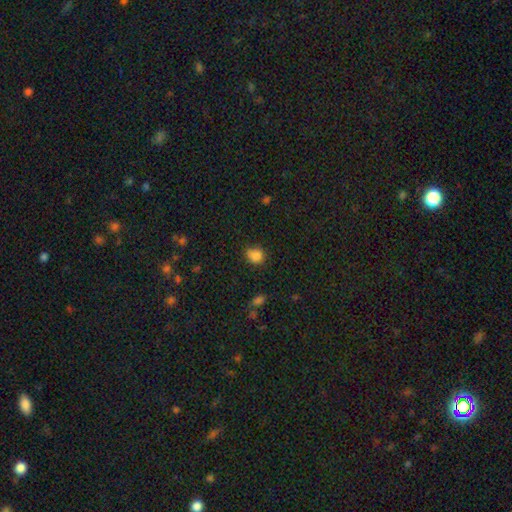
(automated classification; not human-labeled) Smooth or featured?
  - smooth: 83% *
  - star or artifact: 12%
  - featured or disk: 5%
How rounded?
  - round: 71% *
  - in between: 28%
  - cigar-shaped: 1%
Merging?
  - none: 58% *
  - minor disturbance: 27%
  - merger: 8%
  - major disturbance: 7%